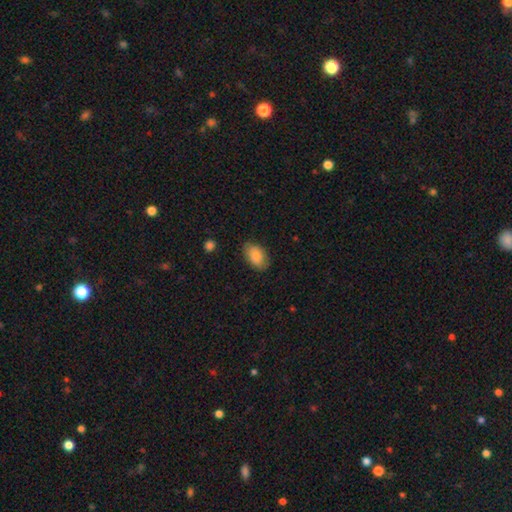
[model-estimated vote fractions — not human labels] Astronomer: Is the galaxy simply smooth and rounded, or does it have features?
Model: smooth — 87%.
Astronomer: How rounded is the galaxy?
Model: in between — 91%.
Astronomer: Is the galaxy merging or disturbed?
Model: none — 78%.